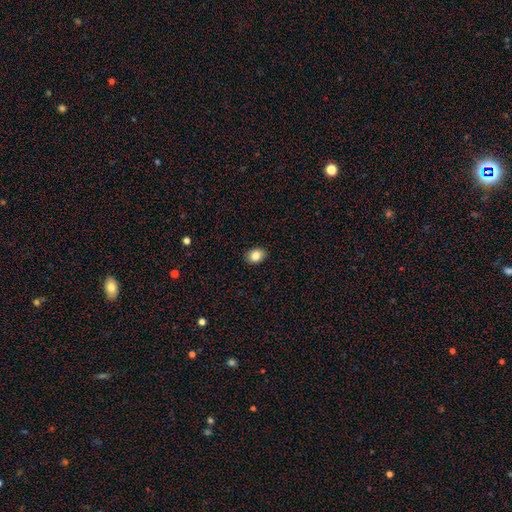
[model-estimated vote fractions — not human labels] Morphology: type=smooth (84%); roundness=in between (60%); merging=none (90%).